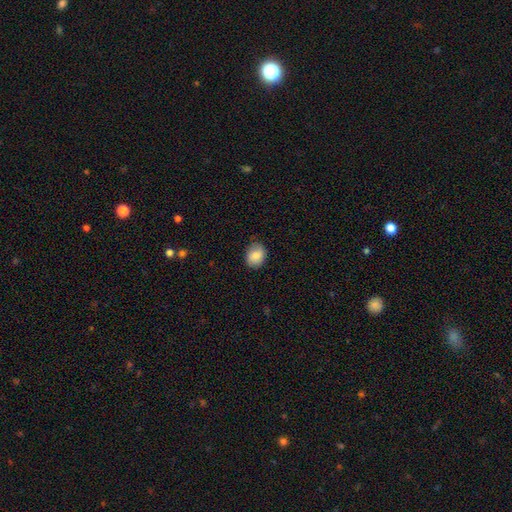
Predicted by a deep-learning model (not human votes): Smooth or featured?
  - smooth: 84% *
  - featured or disk: 9%
  - star or artifact: 8%
How rounded?
  - in between: 54% *
  - round: 45%
  - cigar-shaped: 1%
Merging?
  - none: 82% *
  - minor disturbance: 14%
  - major disturbance: 3%
  - merger: 1%